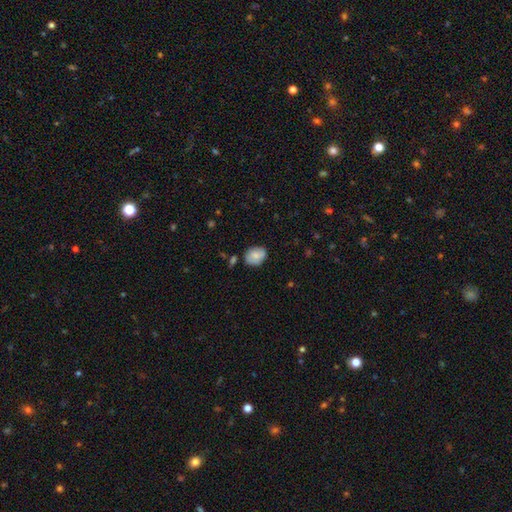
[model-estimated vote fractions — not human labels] This is likely a smooth galaxy (74%). How rounded: possibly in between (52%). Merging: likely none (71%).